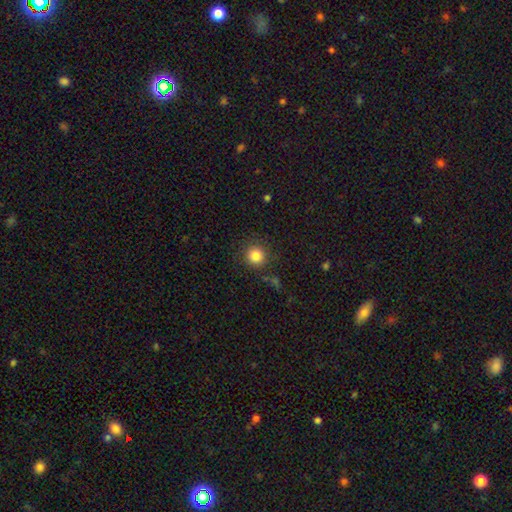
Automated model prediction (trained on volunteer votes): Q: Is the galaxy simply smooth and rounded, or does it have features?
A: smooth — 84%.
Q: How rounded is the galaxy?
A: round — 94%.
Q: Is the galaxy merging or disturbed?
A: none — 88%.